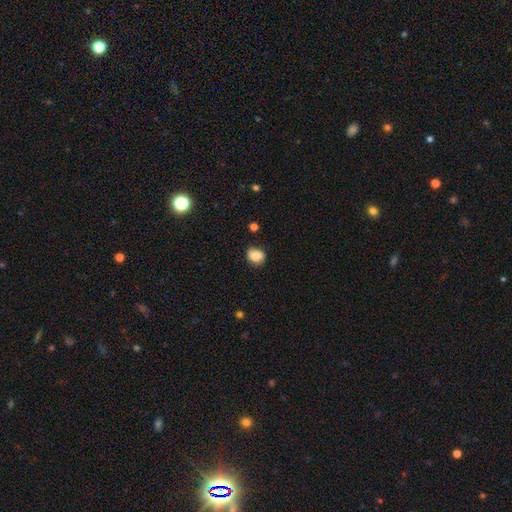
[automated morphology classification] Overall: smooth (84%). How rounded: round (57%; in between 42%). Merging: none (72%).